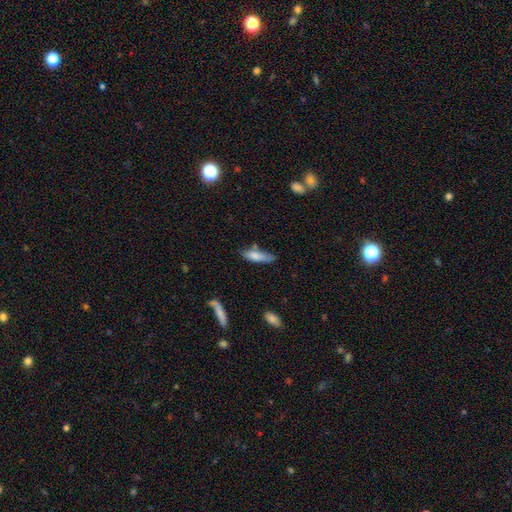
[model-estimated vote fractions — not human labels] smooth 77%, featured or disk 16%, star or artifact 7%. Down the decision tree: how rounded — cigar-shaped (56%); merging — none (55%).